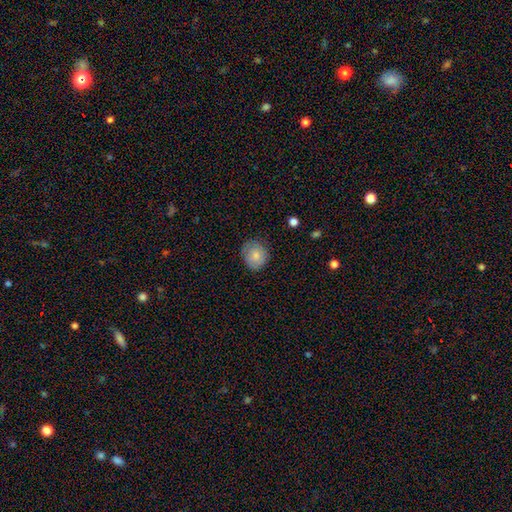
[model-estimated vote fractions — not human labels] Q: Smooth or featured?
A: smooth (79%); runner-up: featured or disk (13%)
Q: How rounded?
A: round (77%); runner-up: in between (22%)
Q: Merging?
A: none (77%); runner-up: minor disturbance (18%)